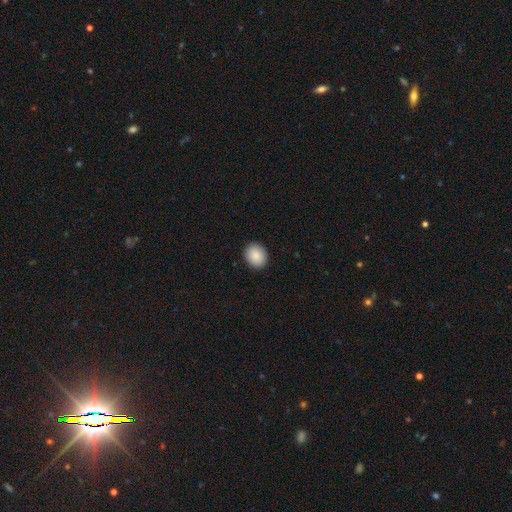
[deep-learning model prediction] Smooth or featured? smooth (89%)
How rounded? round (54%)
Merging? none (91%)